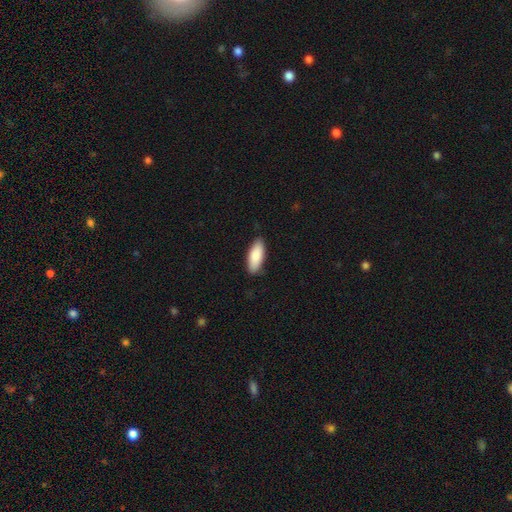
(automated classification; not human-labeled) Smooth or featured: smooth — 87% (featured or disk — 8%)
How rounded: in between — 79% (cigar-shaped — 19%)
Merging: none — 84% (minor disturbance — 13%)